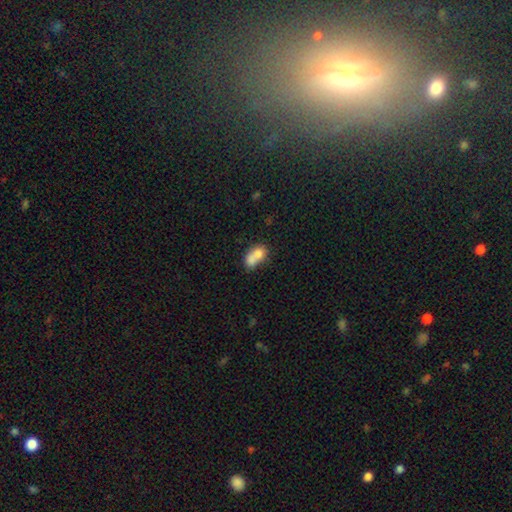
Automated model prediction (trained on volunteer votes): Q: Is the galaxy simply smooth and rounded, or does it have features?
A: smooth — 72%.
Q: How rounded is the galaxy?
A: in between — 73%.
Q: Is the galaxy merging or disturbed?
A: merger — 59%.